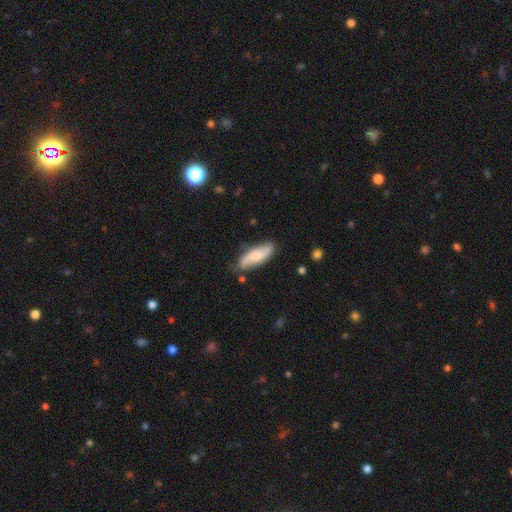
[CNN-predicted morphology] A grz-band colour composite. It shows a smooth galaxy with no disk features (58%) that is in between round and cigar-shaped (57%). Merging: none (74%).